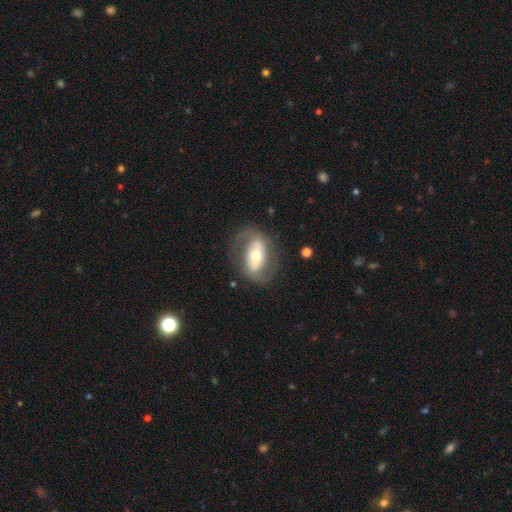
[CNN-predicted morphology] type=featured or disk (68%); edge-on=no (93%); bar=strong (42%); spiral arms=yes (71%); bulge=moderate (62%); merging=none (70%).